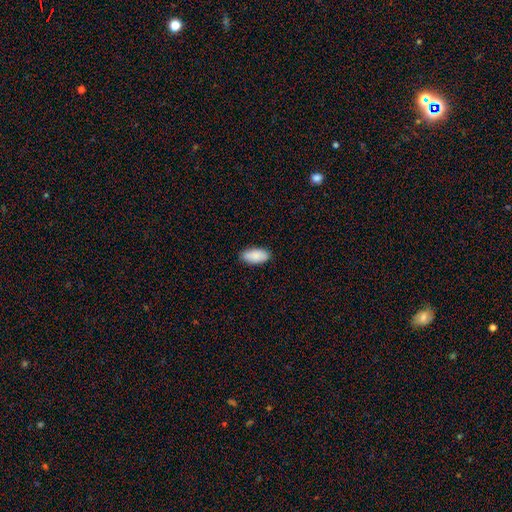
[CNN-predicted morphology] smooth 89%, star or artifact 6%, featured or disk 5%. Down the decision tree: how rounded — in between (92%); merging — none (89%).